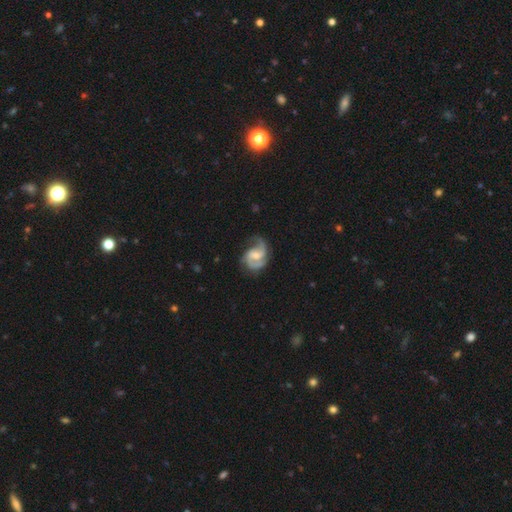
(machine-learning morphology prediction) A featured or disk galaxy (86%) with a weak bar (49%), 2 (79%) medium (54%) spiral arms (97%) and a moderate central bulge (48%). Merging: none (58%).